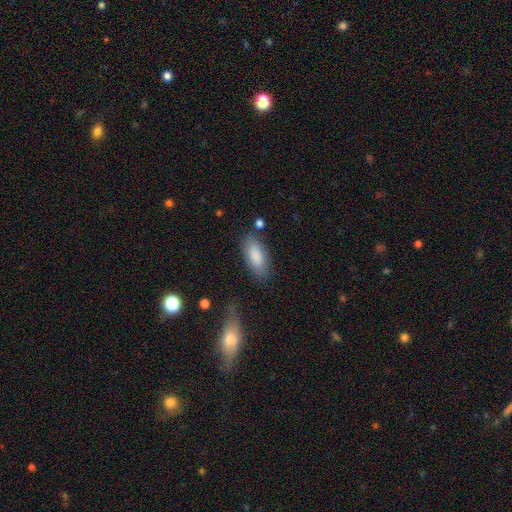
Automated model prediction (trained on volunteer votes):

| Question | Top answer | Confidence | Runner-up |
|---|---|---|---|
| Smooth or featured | smooth | 86% | featured or disk (8%) |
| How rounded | in between | 86% | cigar-shaped (12%) |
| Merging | none | 78% | minor disturbance (14%) |